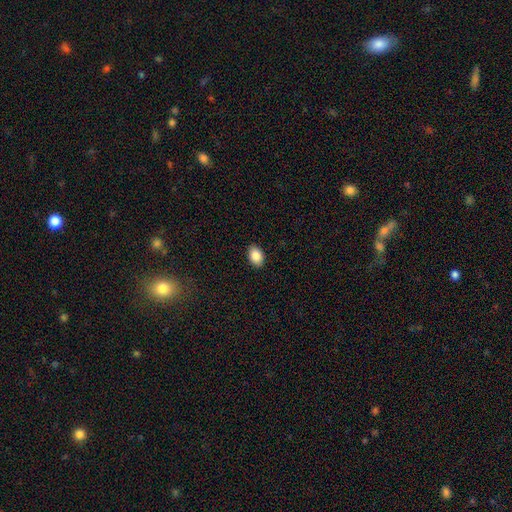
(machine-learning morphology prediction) A smooth galaxy with no disk features (87%) that is in between round and cigar-shaped (86%).

Vote fractions:
- Smooth or featured? smooth: 87% / star or artifact: 8% / featured or disk: 6%
- How rounded? in between: 86% / round: 13% / cigar-shaped: 1%
- Merging? none: 90% / minor disturbance: 8% / major disturbance: 2% / merger: 1%